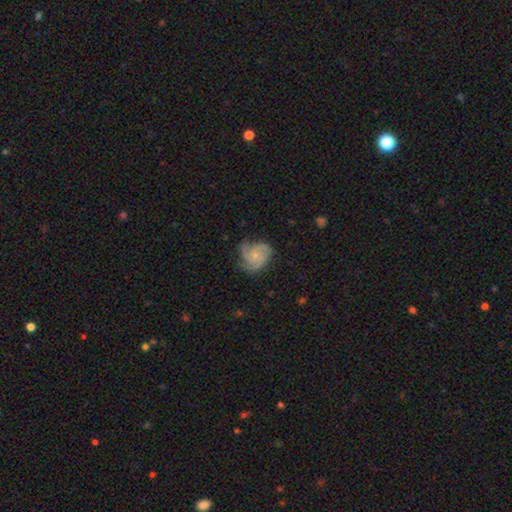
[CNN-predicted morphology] The model was most divided on "spiral winding": tight: 44%, medium: 42%, loose: 14%. Remaining: edge-on disk — no (98%); spiral arms — yes (93%); bar — no (79%); bulge size — small (70%); smooth or featured — featured or disk (70%); merging — none (57%); spiral arm count — 3 (47%).